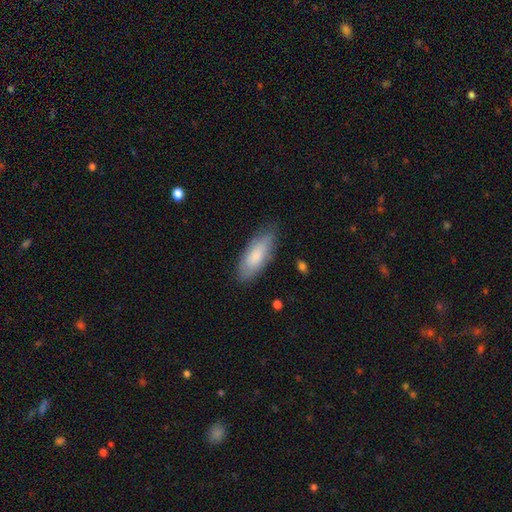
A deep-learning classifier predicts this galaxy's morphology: A smooth galaxy with no disk features (77%) that is in between round and cigar-shaped (75%). Merging: none (76%).